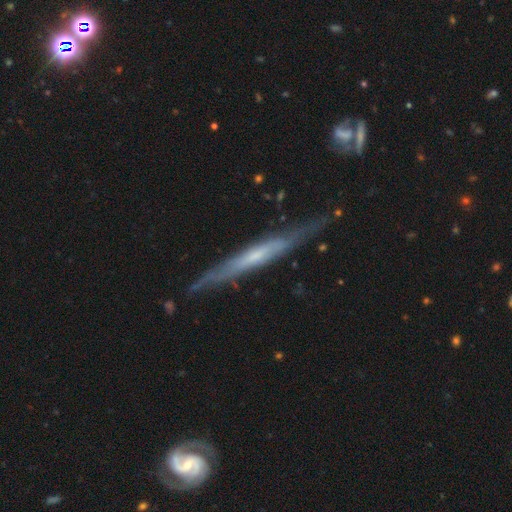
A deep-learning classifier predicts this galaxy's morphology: Smooth or featured?
  - featured or disk: 69% *
  - smooth: 25%
  - star or artifact: 6%
Edge-on disk?
  - yes: 89% *
  - no: 11%
Edge-on bulge?
  - none: 60% *
  - rounded: 31%
  - boxy: 10%
Merging?
  - none: 73% *
  - minor disturbance: 20%
  - major disturbance: 5%
  - merger: 2%